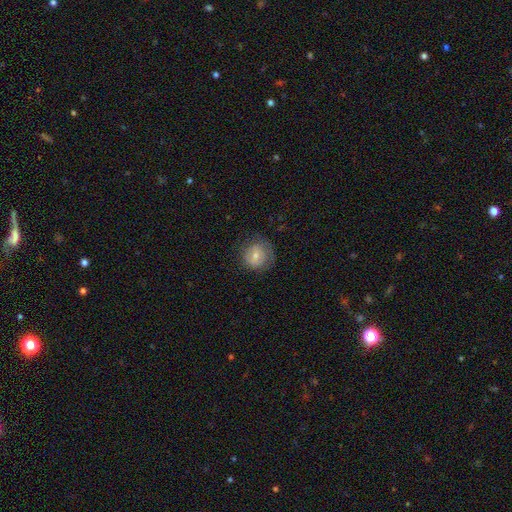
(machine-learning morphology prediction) A smooth galaxy with no disk features (48%).

Vote fractions:
- Smooth or featured? smooth: 48% / featured or disk: 41% / star or artifact: 10%
- Merging? none: 73% / minor disturbance: 18% / major disturbance: 9% / merger: 1%